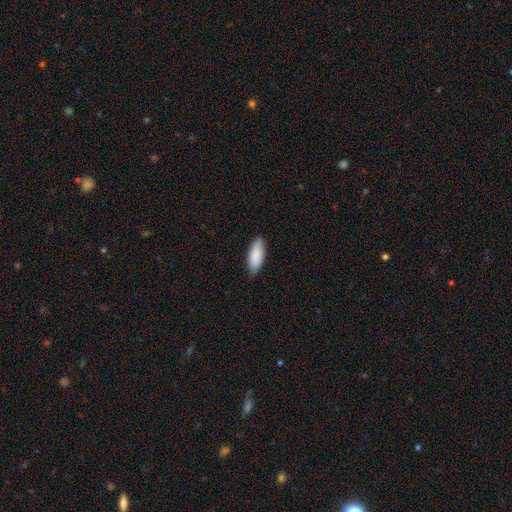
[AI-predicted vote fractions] Overall: smooth (88%). How rounded: in between (79%). Merging: none (81%).